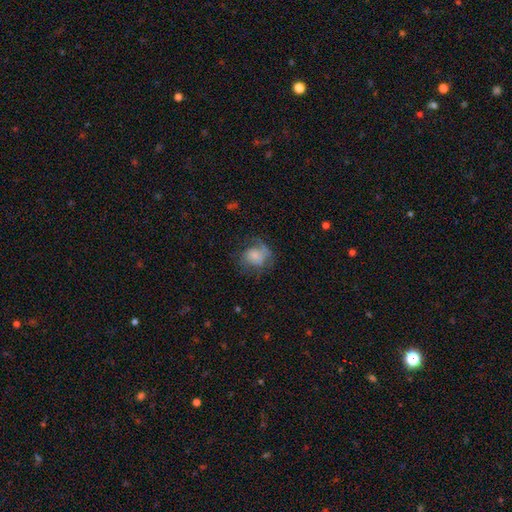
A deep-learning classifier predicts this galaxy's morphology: Smooth or featured? smooth (50%)
How rounded? round (63%)
Merging? none (47%)